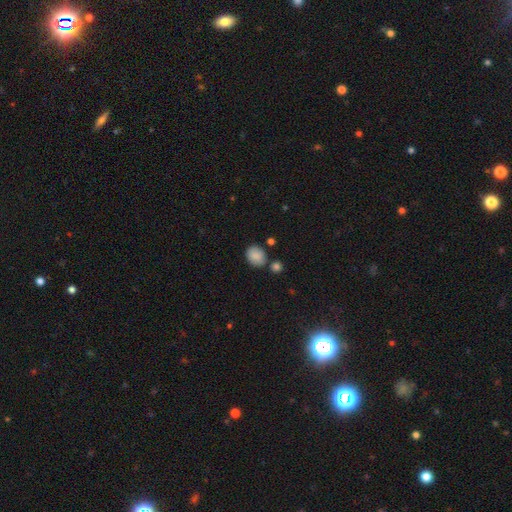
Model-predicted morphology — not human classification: smooth-or-featured: smooth: 86% | star or artifact: 8% | featured or disk: 5%
  how-rounded: round: 53% | in between: 46% | cigar-shaped: 1%
  merging: none: 73% | minor disturbance: 14% | merger: 10% | major disturbance: 3%